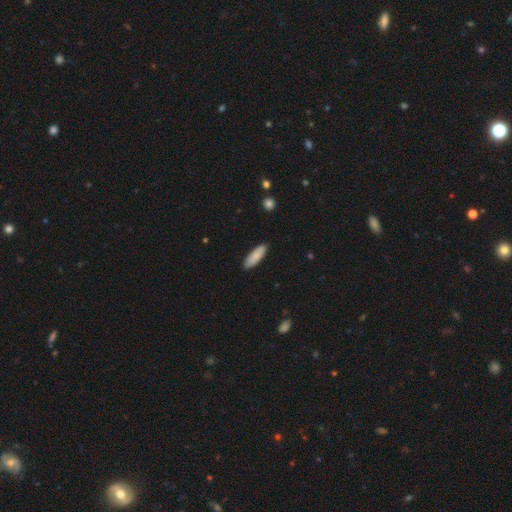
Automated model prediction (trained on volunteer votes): Smooth or featured?
  - smooth: 86% *
  - featured or disk: 8%
  - star or artifact: 6%
How rounded?
  - in between: 51% *
  - cigar-shaped: 47%
  - round: 2%
Merging?
  - none: 88% *
  - minor disturbance: 9%
  - major disturbance: 2%
  - merger: 1%